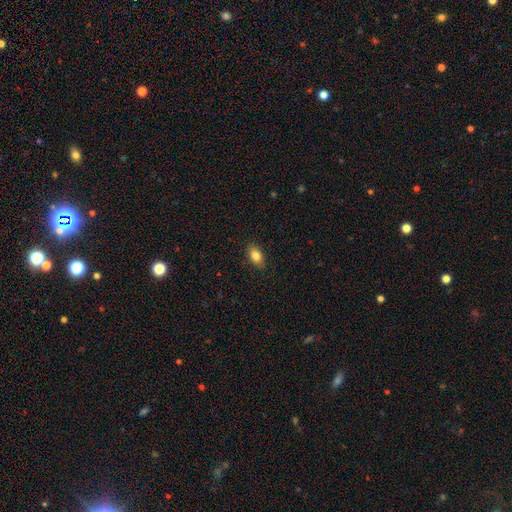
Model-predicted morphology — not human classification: Smooth or featured? Predicted: smooth (p=0.84). How rounded? Predicted: in between (p=0.89). Merging? Predicted: none (p=0.88).